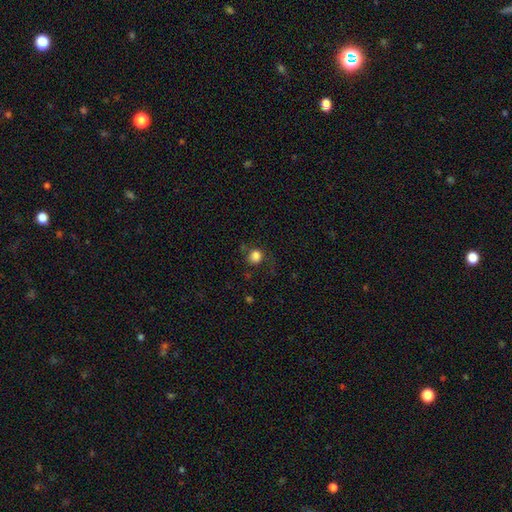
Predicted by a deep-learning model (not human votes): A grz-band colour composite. It shows a smooth galaxy with no disk features (82%) that is round (84%). Merging: none (68%).